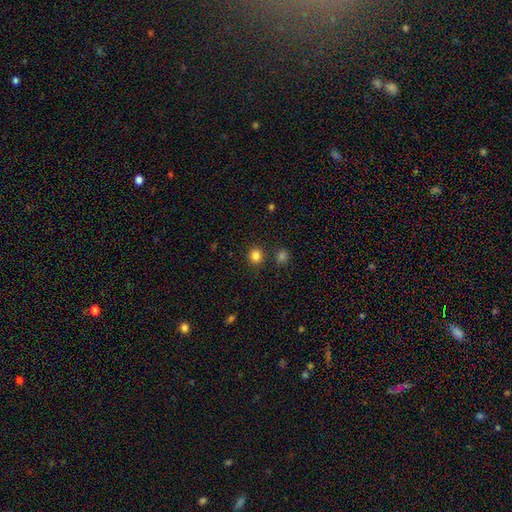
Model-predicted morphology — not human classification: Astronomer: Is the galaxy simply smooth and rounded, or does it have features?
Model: smooth — 83%.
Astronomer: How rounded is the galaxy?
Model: round — 83%.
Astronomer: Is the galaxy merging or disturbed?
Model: none — 86%.